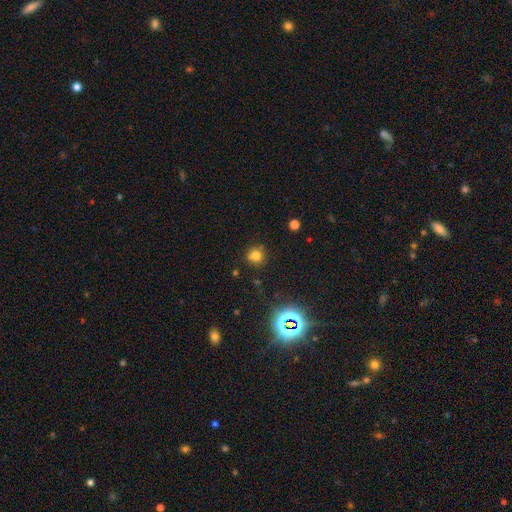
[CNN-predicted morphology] Smooth or featured?
  - smooth: 72% *
  - star or artifact: 20%
  - featured or disk: 8%
How rounded?
  - round: 89% *
  - in between: 10%
  - cigar-shaped: 1%
Merging?
  - none: 81% *
  - minor disturbance: 11%
  - merger: 4%
  - major disturbance: 3%